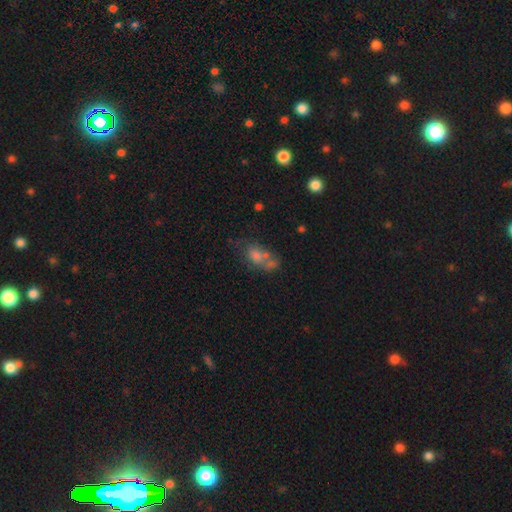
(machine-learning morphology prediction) Overall: smooth (57%; featured or disk 29%). How rounded: in between (78%). Merging: merger (36%; none 30%).